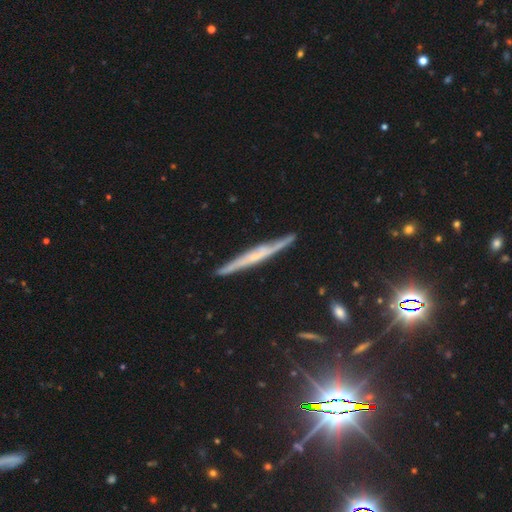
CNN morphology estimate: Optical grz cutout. It shows a featured or disk galaxy (67%) viewed edge-on (95%) with no central bulge (59%). Merging: none (83%).